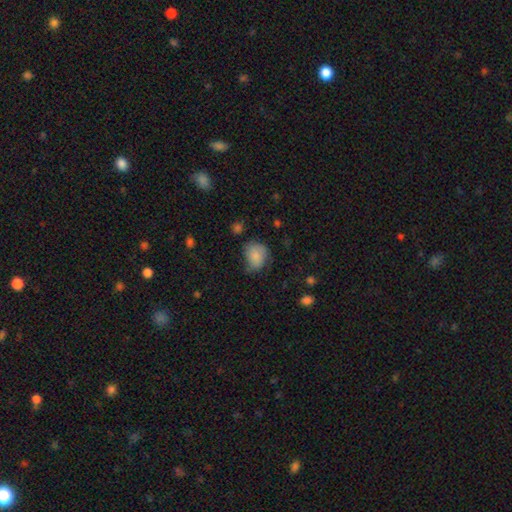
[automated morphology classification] smooth-or-featured: smooth: 78% | featured or disk: 14% | star or artifact: 8%
  how-rounded: round: 55% | in between: 44% | cigar-shaped: 1%
  merging: none: 48% | minor disturbance: 36% | major disturbance: 13% | merger: 2%